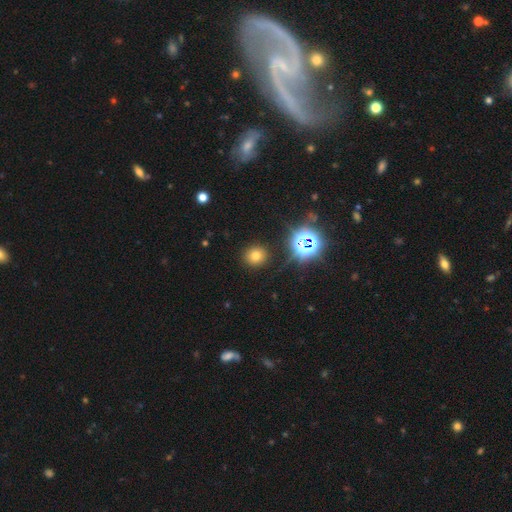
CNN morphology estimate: Q: Smooth or featured?
A: smooth (68%); runner-up: star or artifact (23%)
Q: How rounded?
A: round (86%); runner-up: in between (13%)
Q: Merging?
A: none (88%); runner-up: minor disturbance (7%)